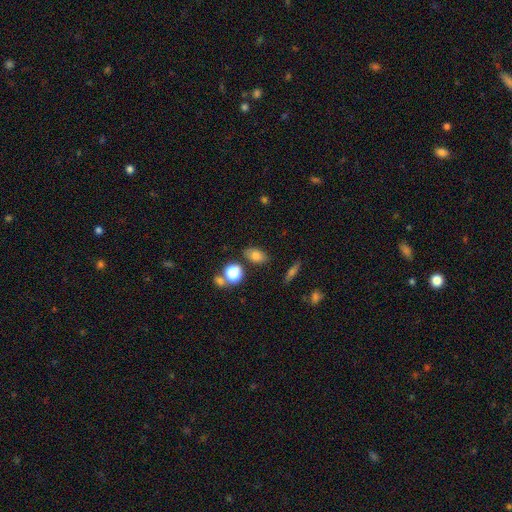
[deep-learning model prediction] Morphology: type=smooth (77%); roundness=in between (78%); merging=none (77%).